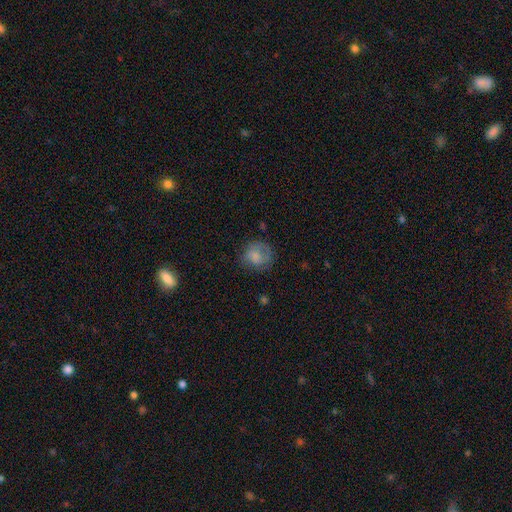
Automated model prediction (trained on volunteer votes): A smooth galaxy with no disk features (71%) that is round (79%). Merging: none (61%).